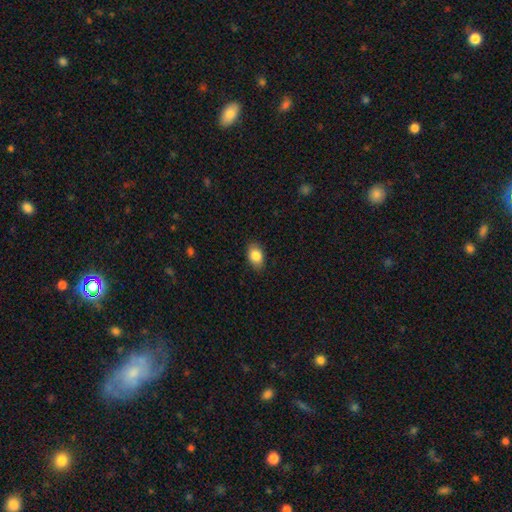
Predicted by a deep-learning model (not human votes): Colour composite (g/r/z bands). It shows a smooth galaxy with no disk features (84%) that is in between round and cigar-shaped (84%). Merging: none (87%).